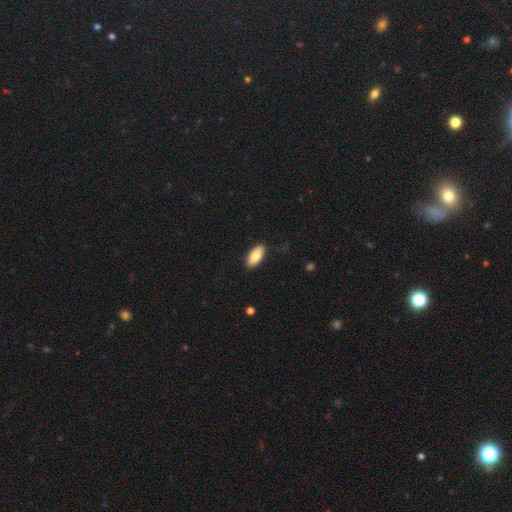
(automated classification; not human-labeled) Smooth or featured: smooth — 81% (featured or disk — 13%)
How rounded: in between — 88% (cigar-shaped — 9%)
Merging: none — 88% (minor disturbance — 9%)